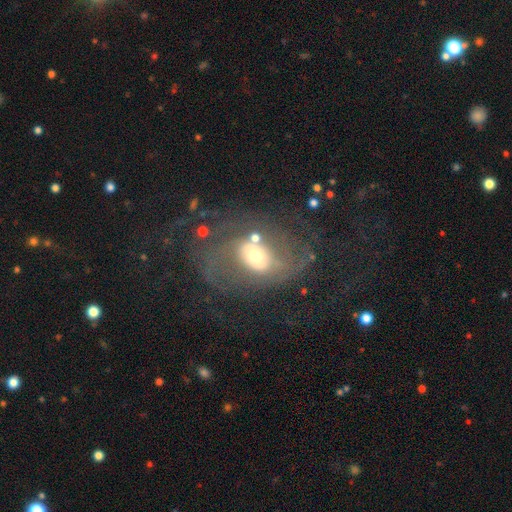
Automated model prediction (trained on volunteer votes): A featured or disk galaxy (72%) with no bar (56%), 2 (59%) medium (42%) spiral arms (75%) and a moderate central bulge (53%). Merging: none (47%).